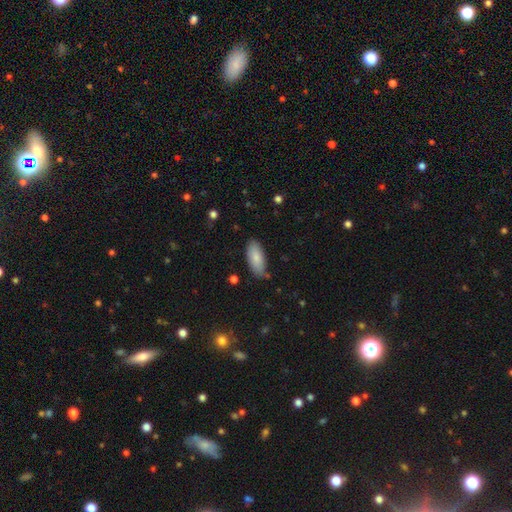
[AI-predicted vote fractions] Smooth or featured? Predicted: smooth (p=0.84). How rounded? Predicted: in between (p=0.86). Merging? Predicted: none (p=0.80).